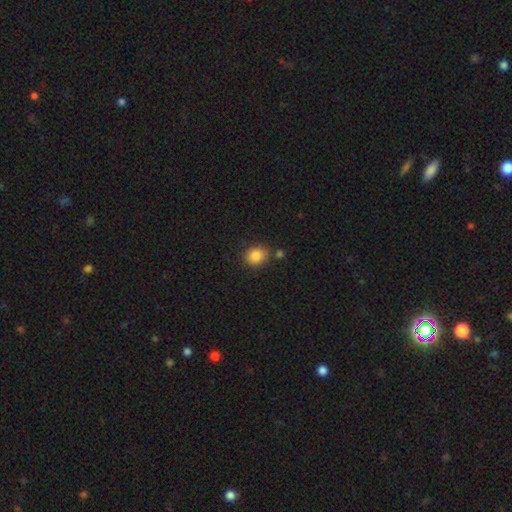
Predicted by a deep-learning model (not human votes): This is clearly a smooth galaxy (86%). How rounded: likely round (73%). Merging: likely none (75%).